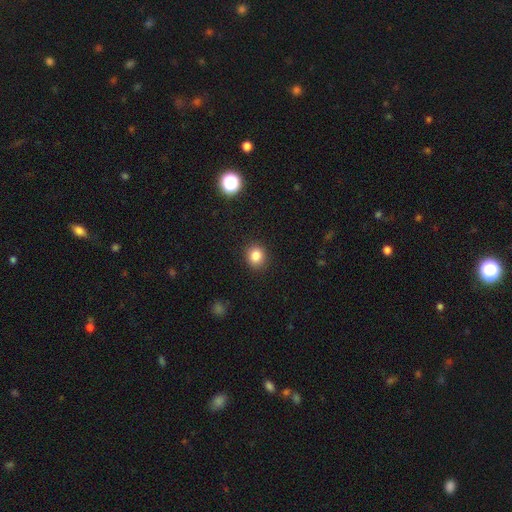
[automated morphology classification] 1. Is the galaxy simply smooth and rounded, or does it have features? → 84% smooth, 11% star or artifact, 5% featured or disk.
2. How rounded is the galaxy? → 82% round, 17% in between, 1% cigar-shaped.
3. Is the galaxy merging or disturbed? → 91% none, 6% minor disturbance, 2% major disturbance, 1% merger.